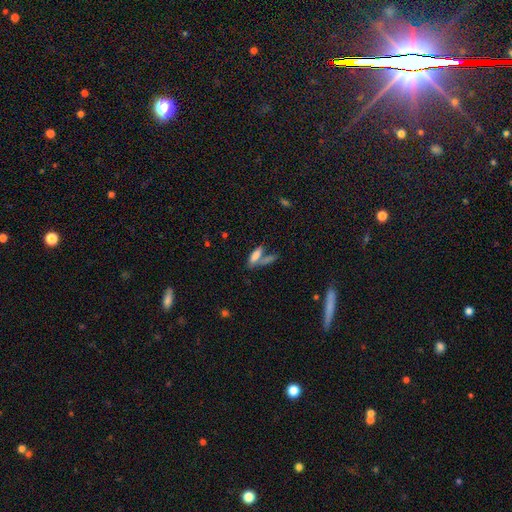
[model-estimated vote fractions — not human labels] Smooth or featured: smooth — 74% (featured or disk — 16%)
How rounded: in between — 50% (cigar-shaped — 47%)
Merging: merger — 42% (tied with none — 42%)